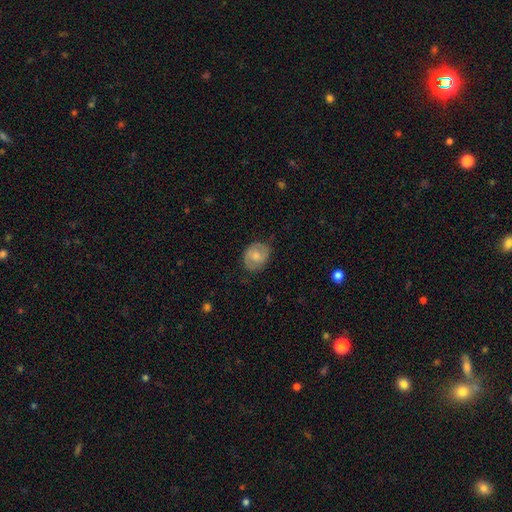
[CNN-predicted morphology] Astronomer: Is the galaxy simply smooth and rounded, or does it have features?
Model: smooth — 57% (runner-up: featured or disk, 36%).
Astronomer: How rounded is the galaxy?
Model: round — 55% (runner-up: in between, 44%).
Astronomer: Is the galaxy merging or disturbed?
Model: none — 75%.